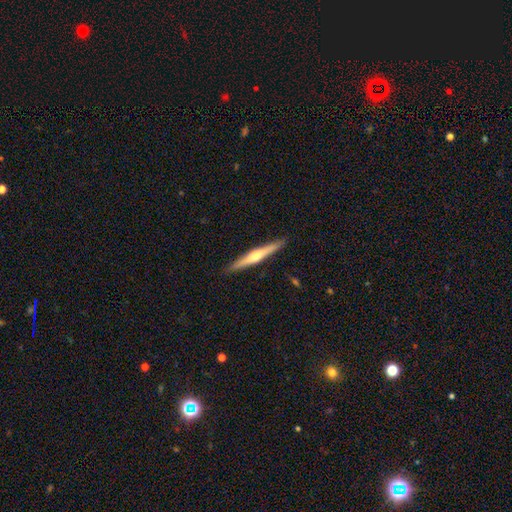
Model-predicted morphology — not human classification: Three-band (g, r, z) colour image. It shows a featured or disk galaxy (64%) viewed edge-on (97%) with a rounded central bulge (85%). Merging: none (91%).